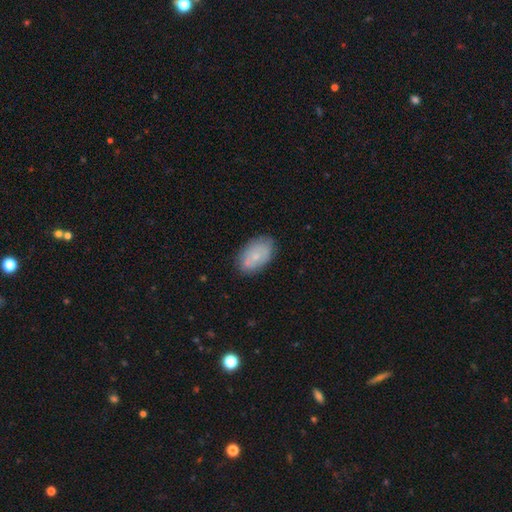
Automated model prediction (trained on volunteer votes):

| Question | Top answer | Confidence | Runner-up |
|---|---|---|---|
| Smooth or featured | smooth | 67% | featured or disk (26%) |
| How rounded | in between | 92% | round (6%) |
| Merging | none | 76% | minor disturbance (17%) |